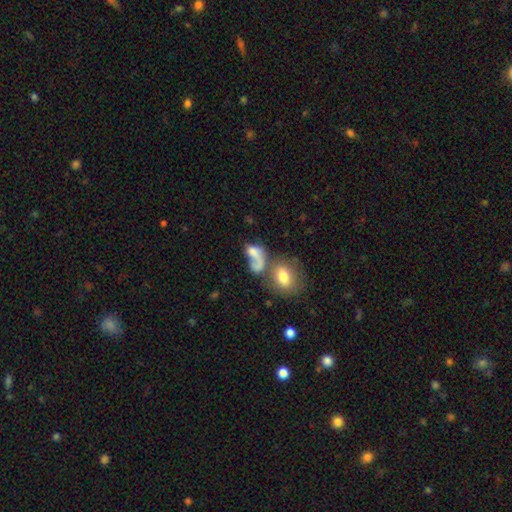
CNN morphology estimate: A smooth galaxy with no disk features (60%) that is in between round and cigar-shaped (69%). Merging: merger (50%).